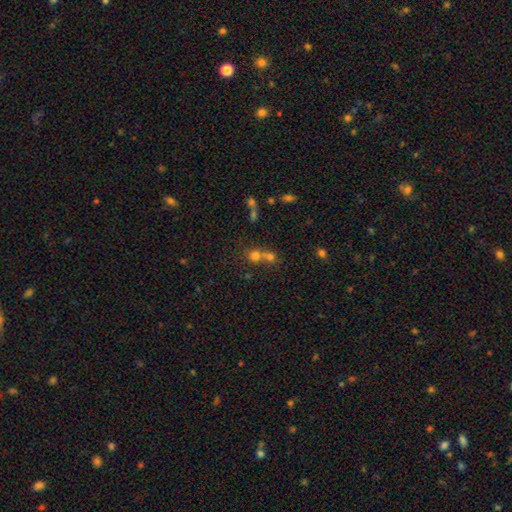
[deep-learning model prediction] Overall: smooth (69%). How rounded: round (84%). Merging: merger (52%; none 39%).